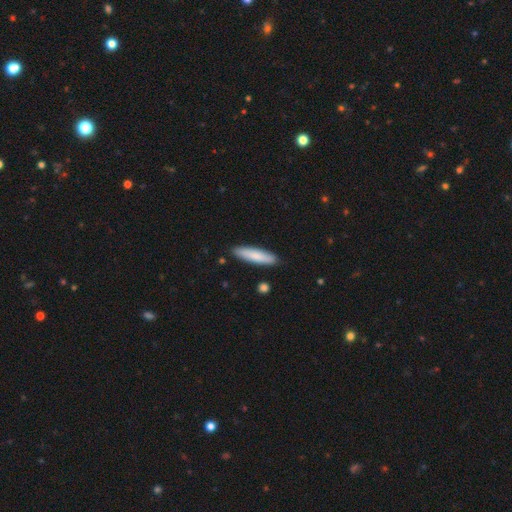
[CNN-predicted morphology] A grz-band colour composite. It shows a smooth galaxy with no disk features (81%) that is cigar-shaped (79%). Merging: none (89%).